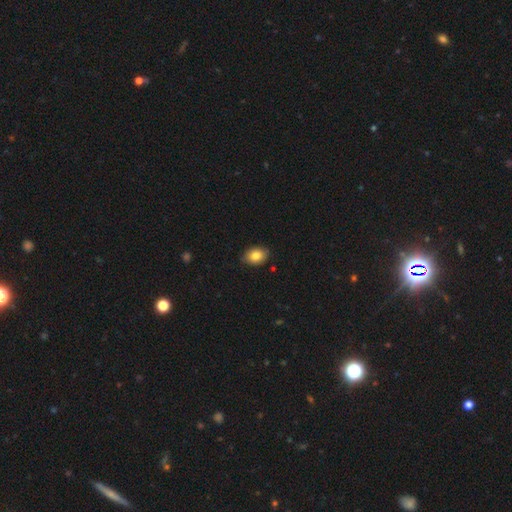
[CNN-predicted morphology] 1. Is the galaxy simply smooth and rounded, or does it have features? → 84% smooth, 9% featured or disk, 8% star or artifact.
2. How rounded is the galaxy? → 76% in between, 23% round, 1% cigar-shaped.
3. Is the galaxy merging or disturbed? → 85% none, 12% minor disturbance, 2% major disturbance, 1% merger.